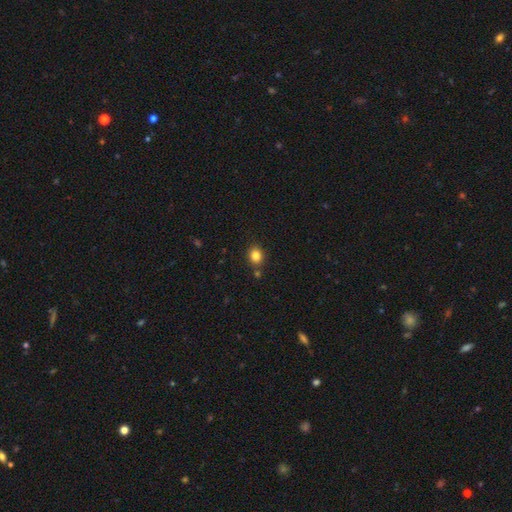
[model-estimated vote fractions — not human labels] Q: Smooth or featured?
A: smooth (83%); runner-up: star or artifact (12%)
Q: How rounded?
A: round (67%); runner-up: in between (32%)
Q: Merging?
A: none (81%); runner-up: minor disturbance (9%)